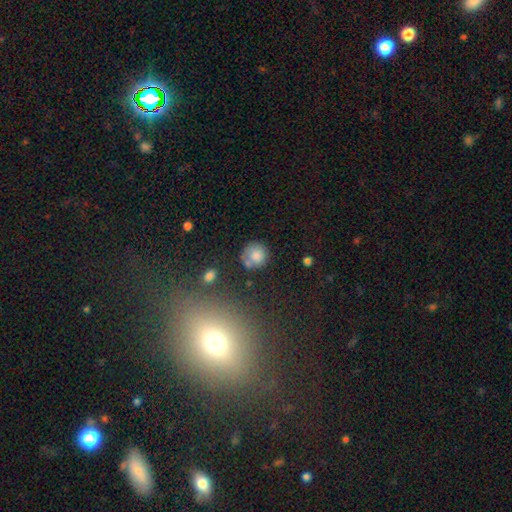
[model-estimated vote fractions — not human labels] This appears to be a smooth galaxy with no disk features (81%) that is round (91%). Merging: none (68%).